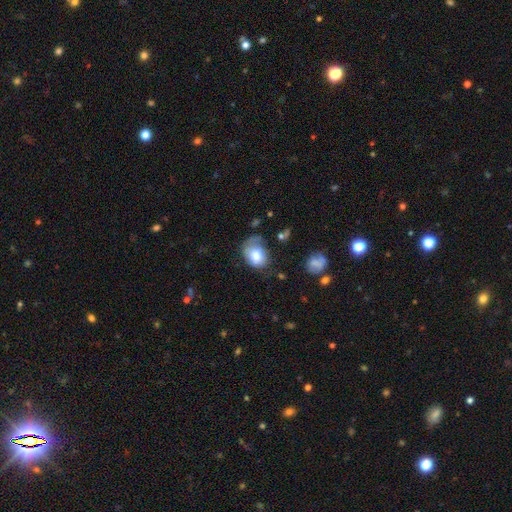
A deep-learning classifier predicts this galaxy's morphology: Smooth or featured? smooth (71%)
How rounded? in between (59%)
Merging? none (38%)